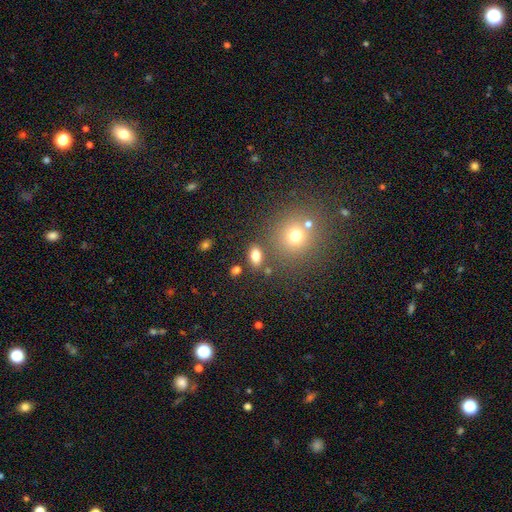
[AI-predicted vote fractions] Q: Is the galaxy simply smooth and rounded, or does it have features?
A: smooth — 78%.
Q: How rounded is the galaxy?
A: in between — 83%.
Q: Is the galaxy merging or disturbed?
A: none — 77%.